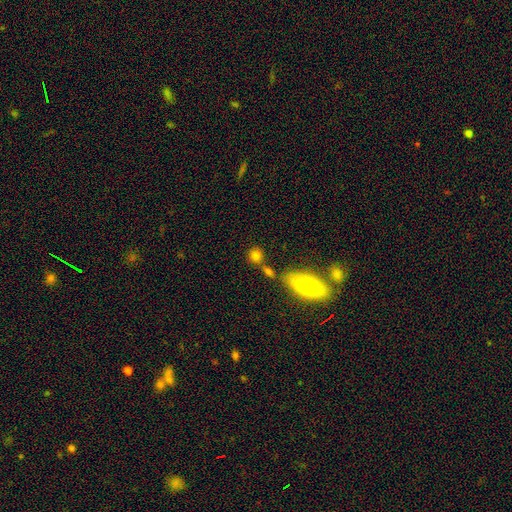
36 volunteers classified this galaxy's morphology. smooth 92%, featured or disk 6%, star or artifact 3%. Down the decision tree: how rounded — round (82%); merging — none (54%).